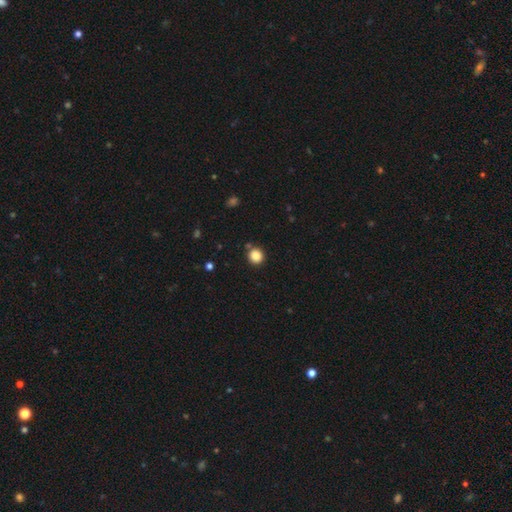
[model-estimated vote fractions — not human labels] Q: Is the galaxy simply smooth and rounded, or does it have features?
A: smooth — 86%.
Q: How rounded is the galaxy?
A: round — 90%.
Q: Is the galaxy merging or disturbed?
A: none — 84%.